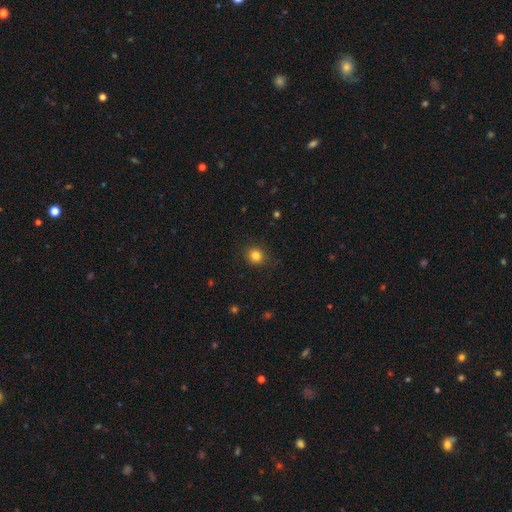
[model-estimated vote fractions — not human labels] This is clearly a smooth galaxy (83%). How rounded: clearly round (83%). Merging: clearly none (88%).